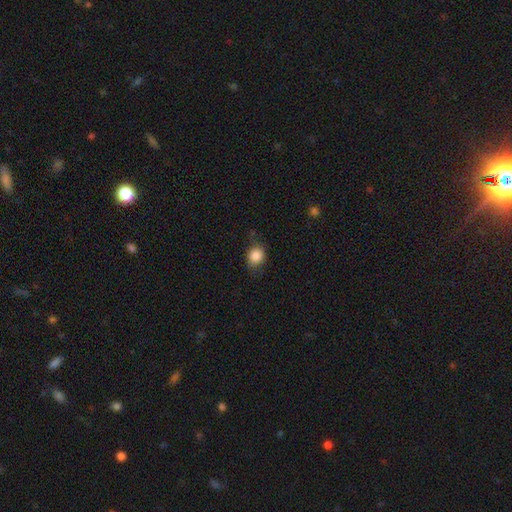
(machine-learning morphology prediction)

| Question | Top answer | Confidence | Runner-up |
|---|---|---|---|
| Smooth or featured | smooth | 86% | star or artifact (9%) |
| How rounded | round | 68% | in between (31%) |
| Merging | none | 71% | minor disturbance (22%) |